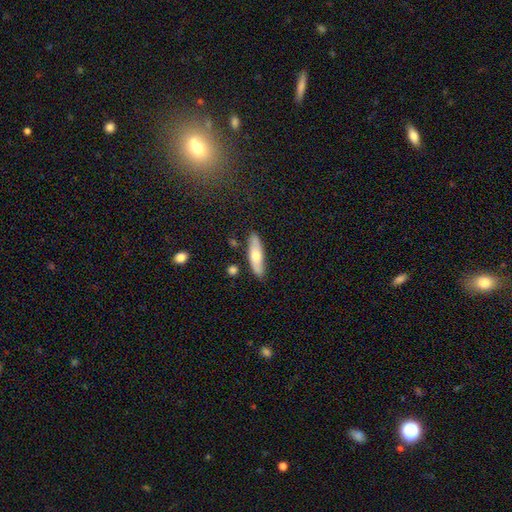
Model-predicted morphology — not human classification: smooth_or_featured: smooth (p=0.62) [alt: featured or disk p=0.33]
how_rounded: cigar-shaped (p=0.54) [alt: in between p=0.44]
merging: none (p=0.83) [alt: minor disturbance p=0.12]